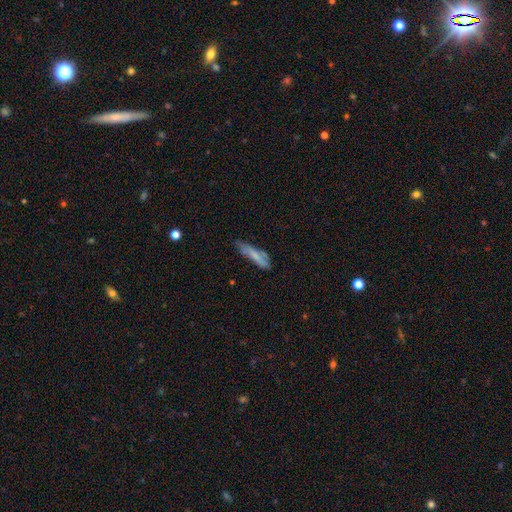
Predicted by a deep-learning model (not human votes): Q: Smooth or featured?
A: smooth (65%); runner-up: featured or disk (28%)
Q: How rounded?
A: cigar-shaped (76%); runner-up: in between (22%)
Q: Merging?
A: none (55%); runner-up: minor disturbance (30%)